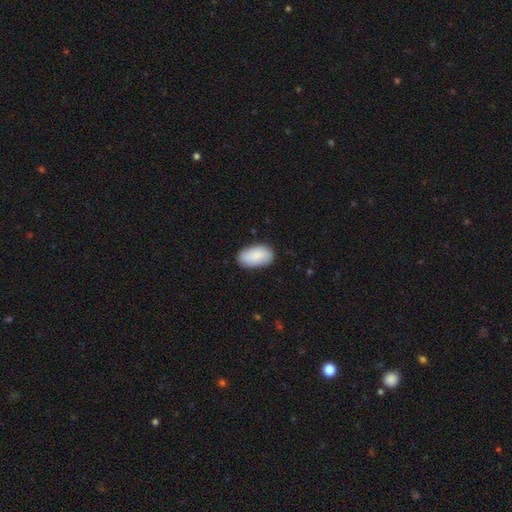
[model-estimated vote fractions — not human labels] Smooth or featured? Predicted: smooth (p=0.85). How rounded? Predicted: in between (p=0.94). Merging? Predicted: none (p=0.78).